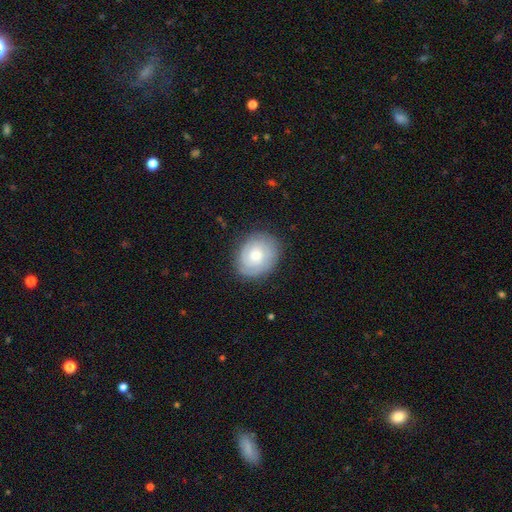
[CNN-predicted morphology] featured or disk 56%, smooth 37%, star or artifact 7%. Down the decision tree: edge-on disk — no (97%); bar — no (77%); spiral arms — yes (84%); bulge size — moderate (56%); merging — none (81%).